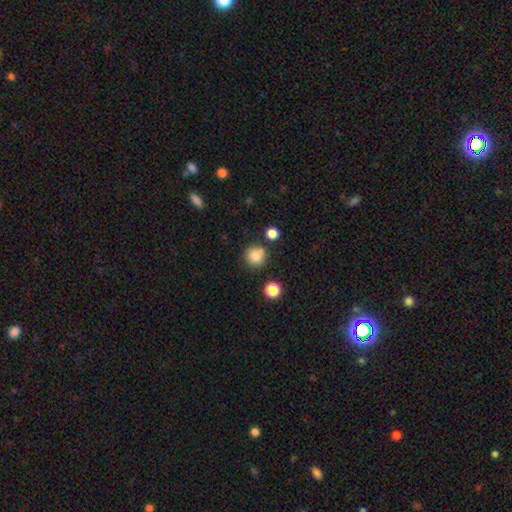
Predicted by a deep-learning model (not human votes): Smooth or featured?
  - smooth: 82% *
  - star or artifact: 11%
  - featured or disk: 6%
How rounded?
  - round: 93% *
  - in between: 6%
  - cigar-shaped: 1%
Merging?
  - none: 79% *
  - minor disturbance: 10%
  - merger: 8%
  - major disturbance: 3%